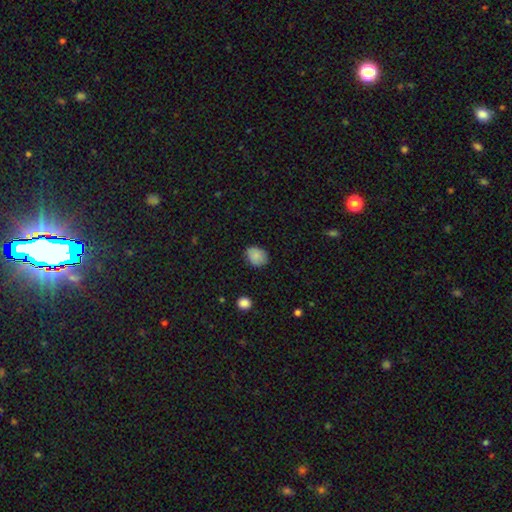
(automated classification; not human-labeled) Smooth or featured?
  - smooth: 86% *
  - star or artifact: 8%
  - featured or disk: 6%
How rounded?
  - in between: 51% *
  - round: 48%
  - cigar-shaped: 1%
Merging?
  - none: 80% *
  - minor disturbance: 16%
  - major disturbance: 3%
  - merger: 1%